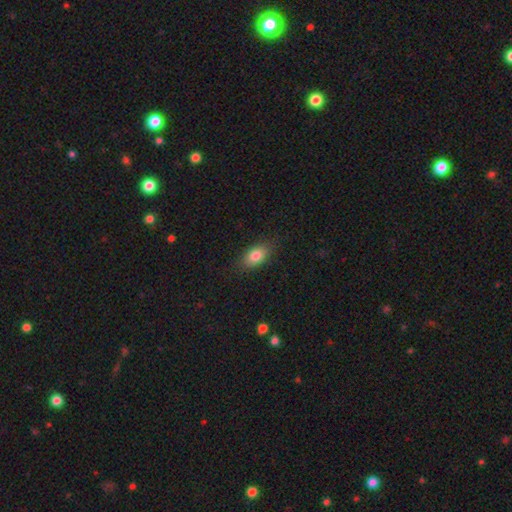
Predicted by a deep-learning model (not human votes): smooth-or-featured: smooth: 81% | featured or disk: 10% | star or artifact: 8%
  how-rounded: in between: 85% | round: 10% | cigar-shaped: 5%
  merging: none: 84% | minor disturbance: 12% | major disturbance: 3% | merger: 1%